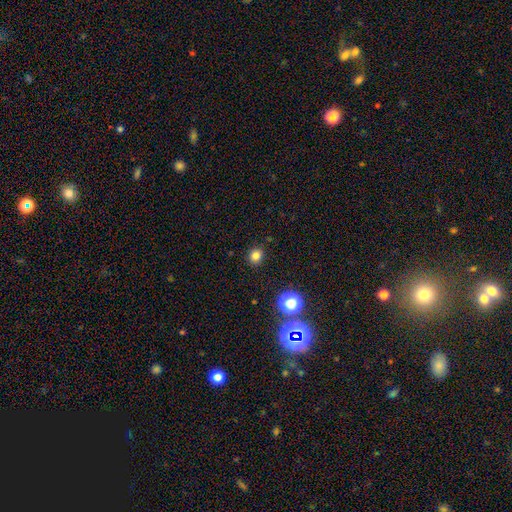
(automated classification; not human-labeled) Q: Smooth or featured?
A: smooth (80%); runner-up: star or artifact (16%)
Q: How rounded?
A: round (79%); runner-up: in between (20%)
Q: Merging?
A: none (89%); runner-up: minor disturbance (7%)